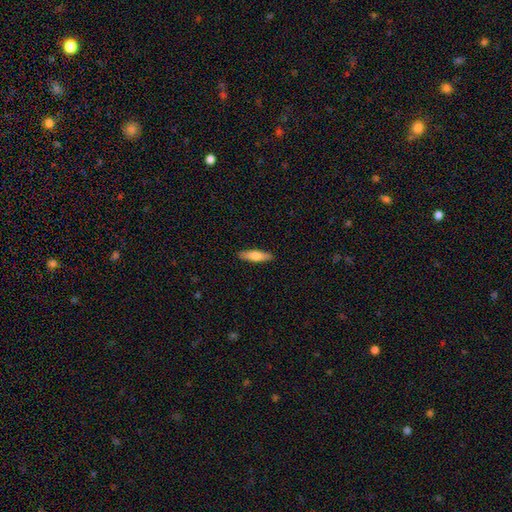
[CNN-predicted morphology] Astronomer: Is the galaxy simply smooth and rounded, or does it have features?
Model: smooth — 65%.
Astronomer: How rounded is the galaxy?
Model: cigar-shaped — 71%.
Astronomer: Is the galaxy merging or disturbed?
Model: none — 90%.